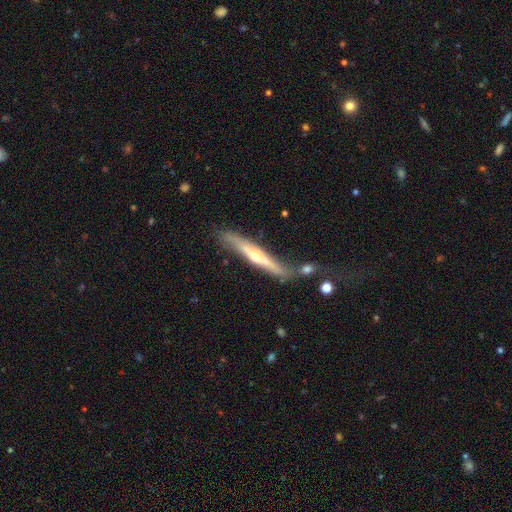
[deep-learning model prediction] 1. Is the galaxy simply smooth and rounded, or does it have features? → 69% featured or disk, 25% smooth, 6% star or artifact.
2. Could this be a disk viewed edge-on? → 90% yes, 10% no.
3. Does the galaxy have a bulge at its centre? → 81% rounded, 15% none, 4% boxy.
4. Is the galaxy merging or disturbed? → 60% none, 22% minor disturbance, 9% major disturbance, 9% merger.